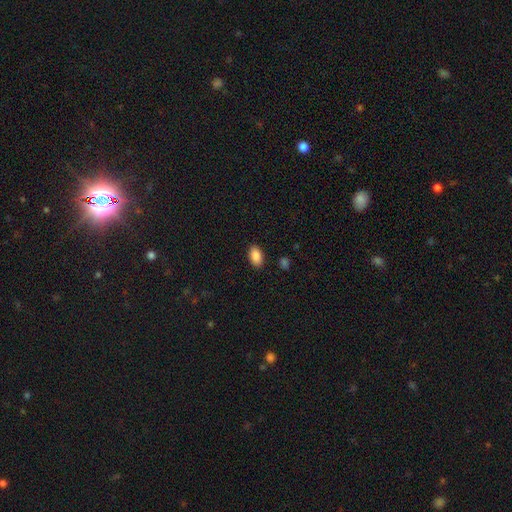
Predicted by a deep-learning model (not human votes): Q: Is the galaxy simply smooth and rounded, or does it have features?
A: smooth — 88%.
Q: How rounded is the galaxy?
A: in between — 92%.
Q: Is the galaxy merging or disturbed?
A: none — 88%.